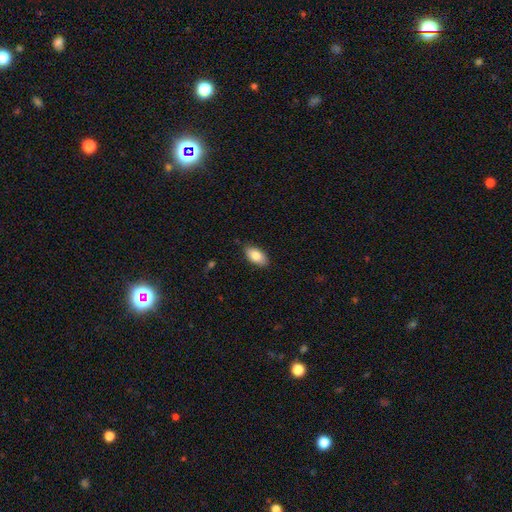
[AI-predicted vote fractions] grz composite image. It shows a smooth galaxy with no disk features (83%) that is in between round and cigar-shaped (93%). Merging: none (84%).